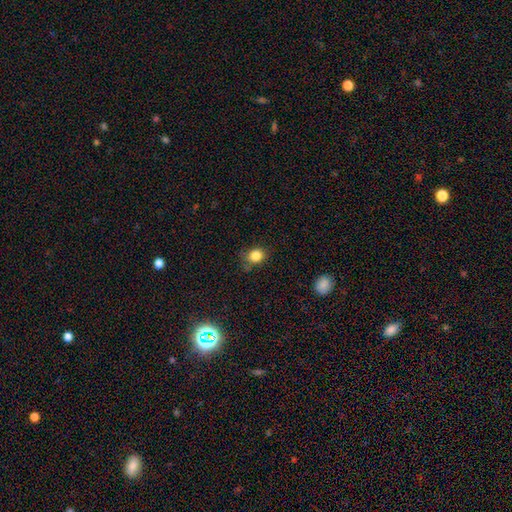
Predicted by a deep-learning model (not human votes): This appears to be a smooth galaxy with no disk features (84%) that is round (70%). Merging: none (73%).